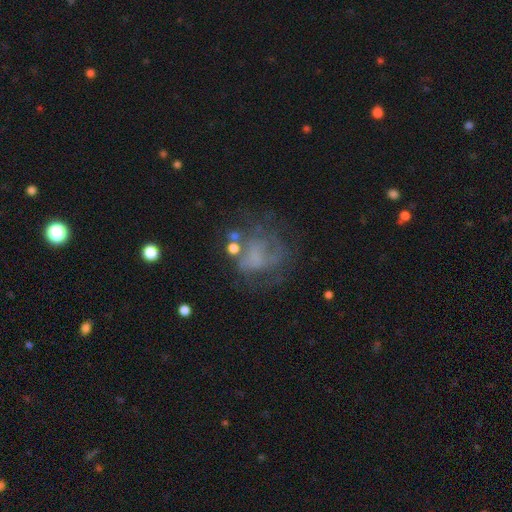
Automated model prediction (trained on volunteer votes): This appears to be a featured or disk galaxy (54%) with no bar (79%), no spiral arms (62%) and no central bulge (64%). Merging: none (43%).